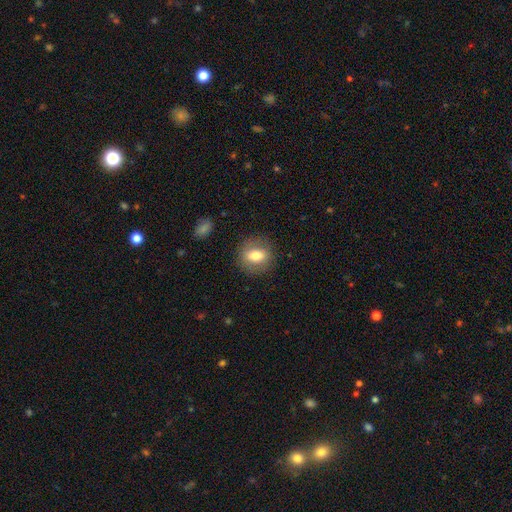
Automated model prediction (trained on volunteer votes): A smooth galaxy with no disk features (72%) that is round (53%).

Vote fractions:
- Smooth or featured? smooth: 72% / featured or disk: 20% / star or artifact: 8%
- How rounded? round: 53% / in between: 45% / cigar-shaped: 2%
- Merging? none: 85% / minor disturbance: 10% / major disturbance: 4% / merger: 1%